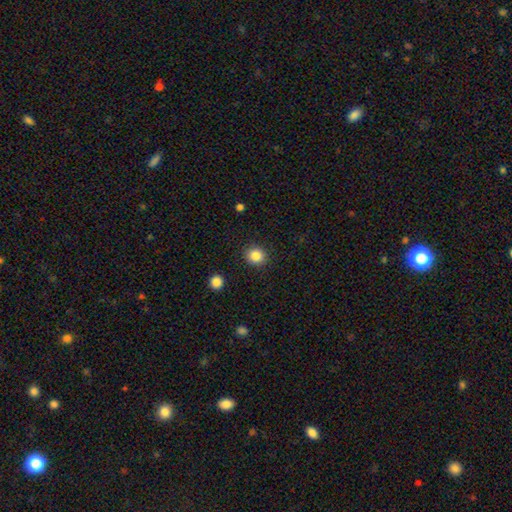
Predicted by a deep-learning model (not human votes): A smooth galaxy with no disk features (85%) that is round (83%).

Vote fractions:
- Smooth or featured? smooth: 85% / star or artifact: 10% / featured or disk: 5%
- How rounded? round: 83% / in between: 16% / cigar-shaped: 1%
- Merging? none: 90% / minor disturbance: 6% / major disturbance: 2% / merger: 1%